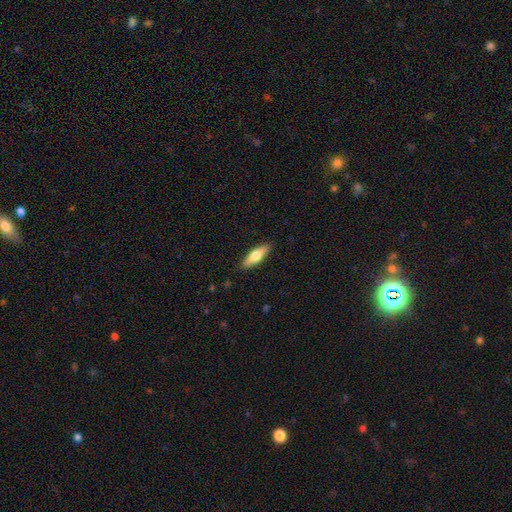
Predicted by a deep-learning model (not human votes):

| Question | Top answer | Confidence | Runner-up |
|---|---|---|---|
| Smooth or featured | smooth | 57% | featured or disk (37%) |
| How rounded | cigar-shaped | 51% | in between (46%) |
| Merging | none | 89% | minor disturbance (9%) |